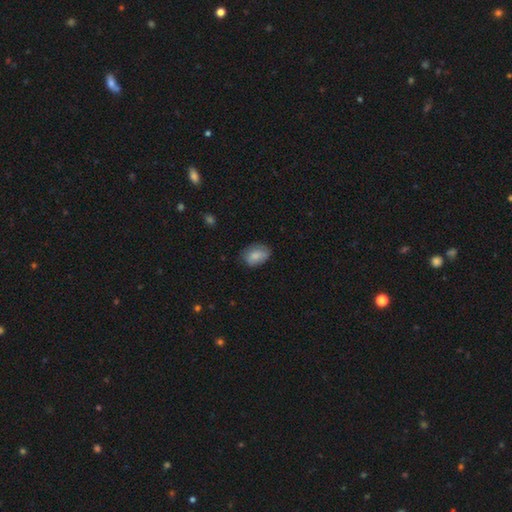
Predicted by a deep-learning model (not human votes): A smooth galaxy with no disk features (82%) that is in between round and cigar-shaped (84%).

Vote fractions:
- Smooth or featured? smooth: 82% / featured or disk: 11% / star or artifact: 7%
- How rounded? in between: 84% / round: 15% / cigar-shaped: 1%
- Merging? none: 72% / minor disturbance: 22% / major disturbance: 5% / merger: 1%